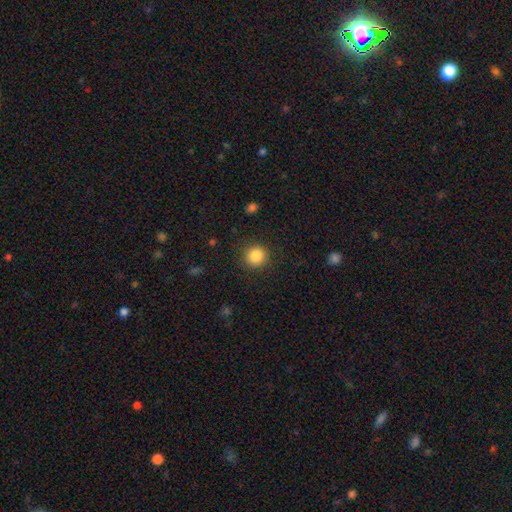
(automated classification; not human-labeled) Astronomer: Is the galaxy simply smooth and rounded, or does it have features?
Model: smooth — 85%.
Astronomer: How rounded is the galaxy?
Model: round — 92%.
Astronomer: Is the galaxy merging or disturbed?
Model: none — 89%.